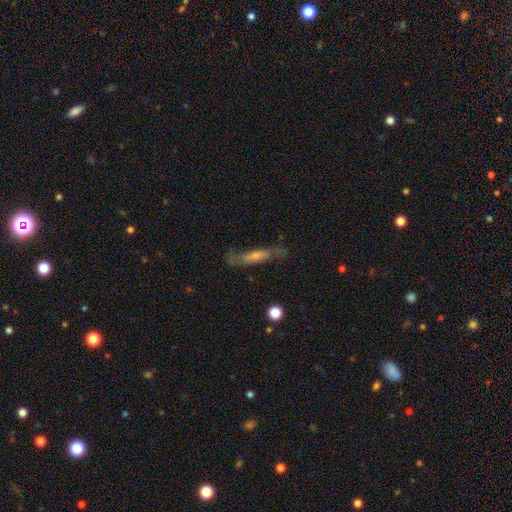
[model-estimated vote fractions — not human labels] smooth_or_featured: featured or disk (p=0.55) [alt: smooth p=0.35]
disk_edge_on: yes (p=0.56) [alt: no p=0.44]
merging: none (p=0.68) [alt: minor disturbance p=0.20]